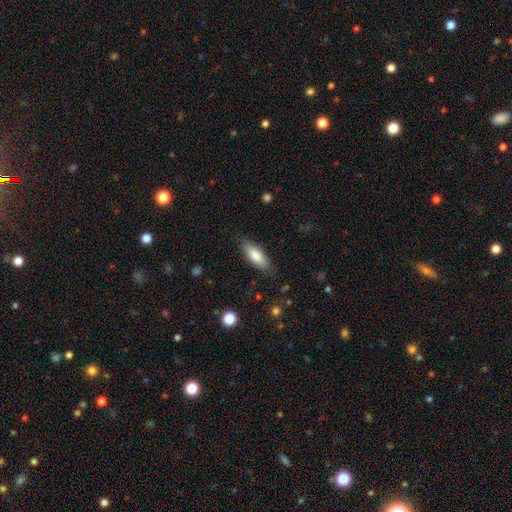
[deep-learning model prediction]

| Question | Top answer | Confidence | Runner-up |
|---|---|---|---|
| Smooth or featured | smooth | 81% | featured or disk (13%) |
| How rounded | in between | 66% | cigar-shaped (32%) |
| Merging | none | 83% | minor disturbance (13%) |